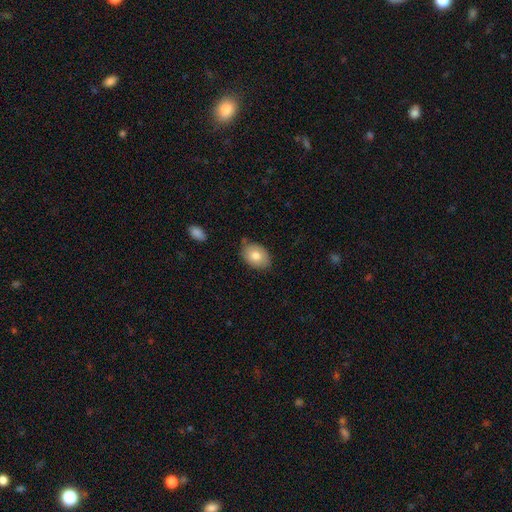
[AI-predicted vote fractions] The model was most divided on "how rounded": in between: 78%, round: 21%, cigar-shaped: 1%. More confident: merging — none (78%); smooth or featured — smooth (78%).